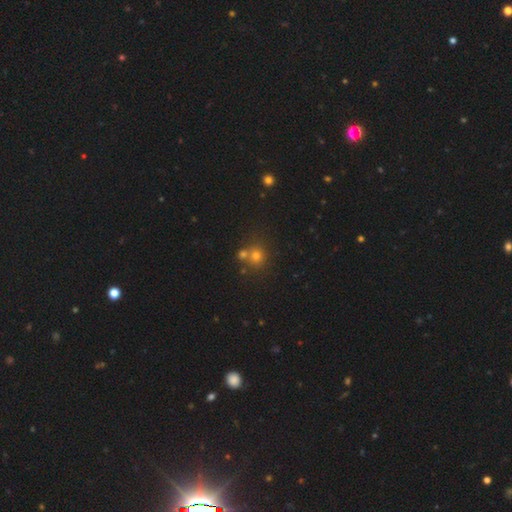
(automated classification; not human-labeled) smooth-or-featured: smooth: 66% | star or artifact: 24% | featured or disk: 11%
  how-rounded: round: 87% | in between: 12% | cigar-shaped: 1%
  merging: none: 59% | merger: 31% | minor disturbance: 7% | major disturbance: 3%